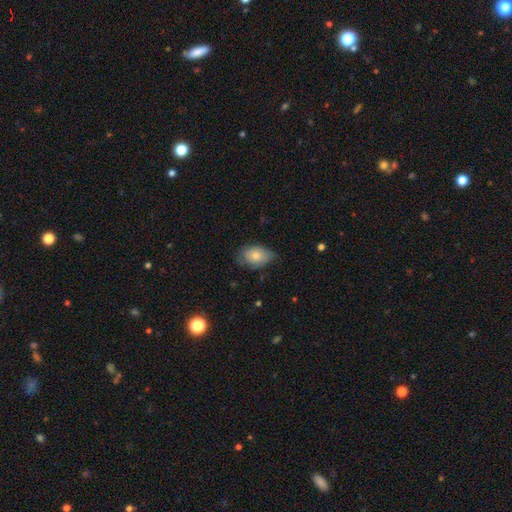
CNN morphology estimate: Smooth or featured? smooth (77%)
How rounded? in between (86%)
Merging? none (63%)